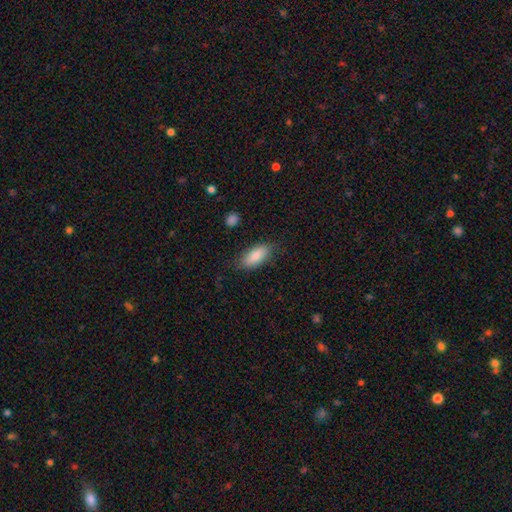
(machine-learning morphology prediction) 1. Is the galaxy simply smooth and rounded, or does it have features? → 85% smooth, 9% featured or disk, 6% star or artifact.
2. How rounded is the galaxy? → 85% in between, 13% cigar-shaped, 2% round.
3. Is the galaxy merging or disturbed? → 77% none, 17% minor disturbance, 4% major disturbance, 2% merger.